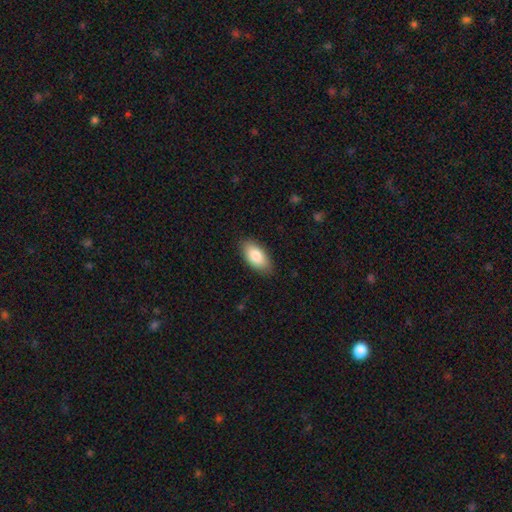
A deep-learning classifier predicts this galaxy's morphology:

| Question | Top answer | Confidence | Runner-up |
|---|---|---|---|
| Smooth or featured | smooth | 84% | featured or disk (9%) |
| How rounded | in between | 93% | cigar-shaped (5%) |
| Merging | none | 85% | minor disturbance (11%) |